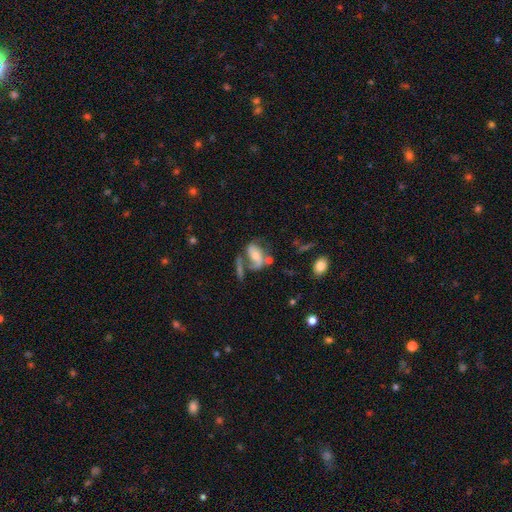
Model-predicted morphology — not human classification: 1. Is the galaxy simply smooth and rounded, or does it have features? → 55% featured or disk, 36% smooth, 9% star or artifact.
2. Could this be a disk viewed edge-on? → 94% no, 6% yes.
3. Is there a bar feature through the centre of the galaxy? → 55% no, 29% weak, 16% strong.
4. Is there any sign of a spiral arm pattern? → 69% yes, 31% no.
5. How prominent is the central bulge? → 49% moderate, 37% small, 7% large, 6% none, 2% dominant.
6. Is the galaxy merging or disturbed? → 31% none, 27% major disturbance, 25% merger, 17% minor disturbance.